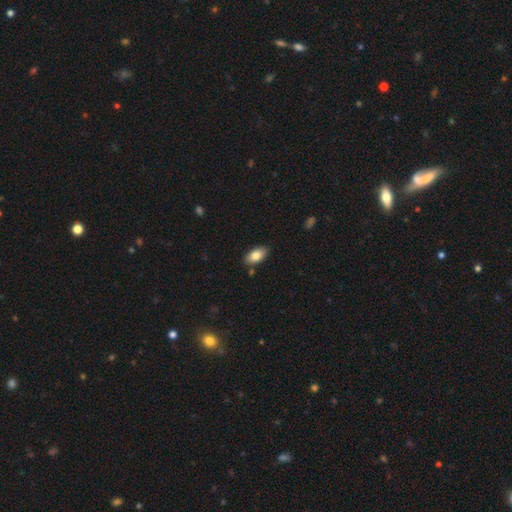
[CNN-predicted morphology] A smooth galaxy with no disk features (80%) that is in between round and cigar-shaped (93%).

Vote fractions:
- Smooth or featured? smooth: 80% / featured or disk: 13% / star or artifact: 7%
- How rounded? in between: 93% / round: 4% / cigar-shaped: 3%
- Merging? none: 84% / minor disturbance: 11% / merger: 3% / major disturbance: 2%